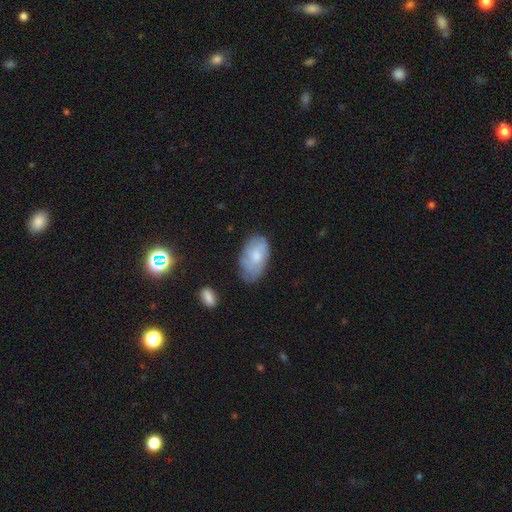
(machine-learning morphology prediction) The model was most divided on "smooth or featured": smooth: 59%, featured or disk: 34%, star or artifact: 7%. More confident: how rounded — in between (93%); merging — none (62%).